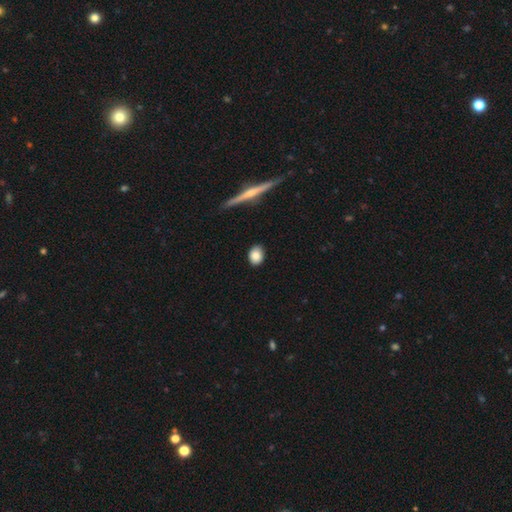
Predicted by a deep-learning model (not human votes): Smooth or featured? smooth (83%)
How rounded? in between (55%)
Merging? none (88%)